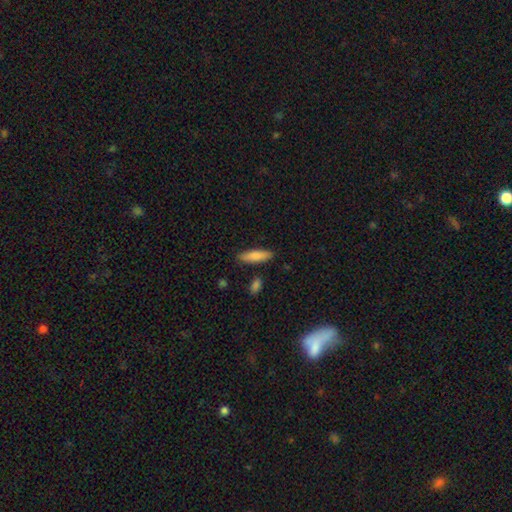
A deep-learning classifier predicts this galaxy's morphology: smooth 83%, featured or disk 11%, star or artifact 6%. Down the decision tree: how rounded — cigar-shaped (63%); merging — none (86%).